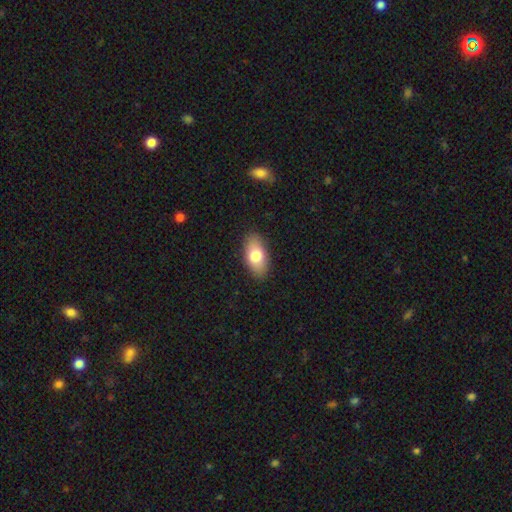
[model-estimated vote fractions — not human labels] This appears to be a smooth galaxy with no disk features (77%) that is in between round and cigar-shaped (91%). Merging: none (88%).